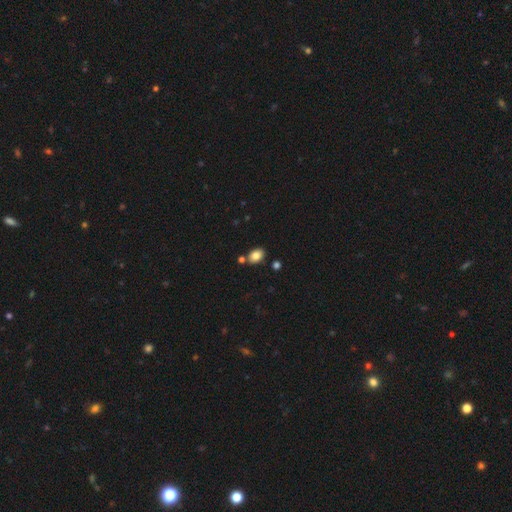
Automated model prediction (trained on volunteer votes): Smooth or featured? Predicted: smooth (p=0.83). How rounded? Predicted: in between (p=0.79). Merging? Predicted: none (p=0.77).